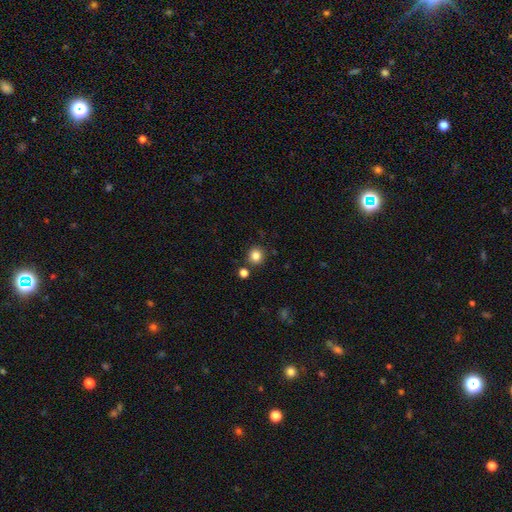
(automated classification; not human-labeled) Smooth or featured?
  - smooth: 83% *
  - star or artifact: 12%
  - featured or disk: 5%
How rounded?
  - round: 90% *
  - in between: 9%
  - cigar-shaped: 1%
Merging?
  - none: 85% *
  - minor disturbance: 7%
  - merger: 6%
  - major disturbance: 2%